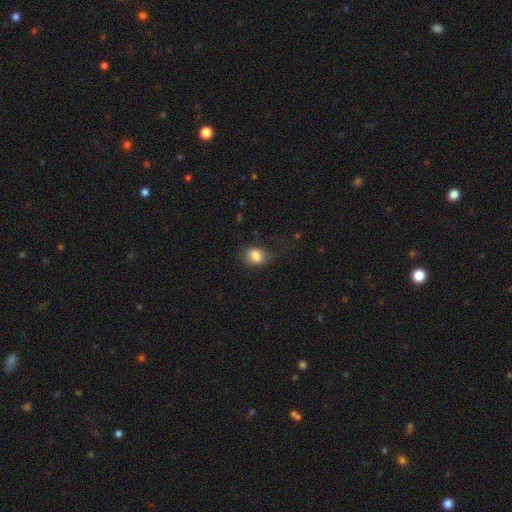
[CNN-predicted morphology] The model was most divided on "how rounded": in between: 55%, round: 44%, cigar-shaped: 1%. More confident: smooth or featured — smooth (83%); merging — none (58%).